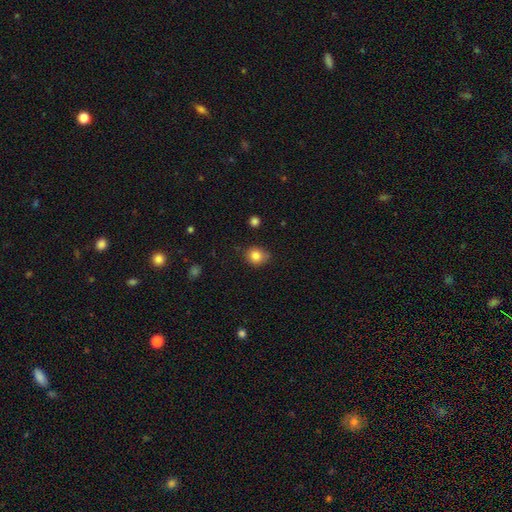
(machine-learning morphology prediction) A smooth galaxy with no disk features (83%) that is round (78%). Merging: none (74%).